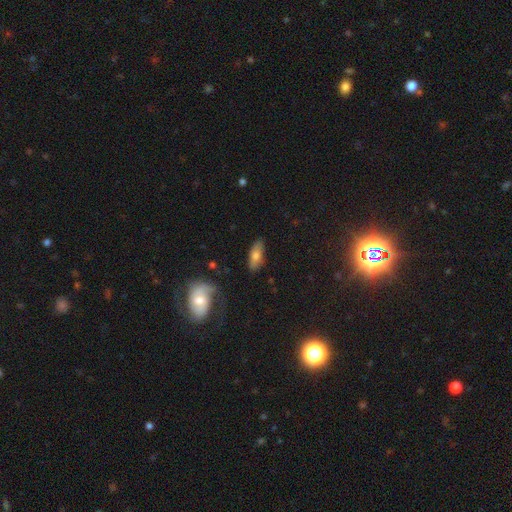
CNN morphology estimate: Q: Smooth or featured?
A: smooth (68%); runner-up: featured or disk (25%)
Q: How rounded?
A: in between (73%); runner-up: cigar-shaped (24%)
Q: Merging?
A: none (82%); runner-up: minor disturbance (13%)